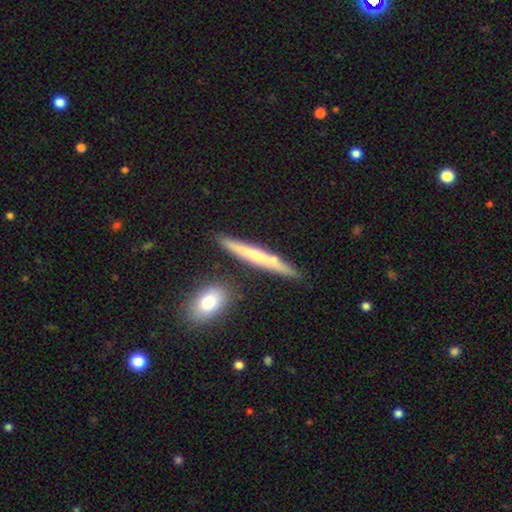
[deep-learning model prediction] smooth-or-featured: smooth: 48% | featured or disk: 46% | star or artifact: 6%
  merging: none: 81% | minor disturbance: 11% | merger: 6% | major disturbance: 2%